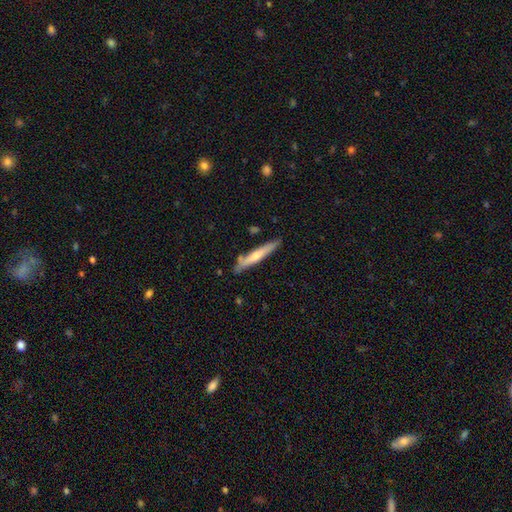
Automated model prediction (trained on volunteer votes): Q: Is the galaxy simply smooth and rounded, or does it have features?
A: featured or disk — 50%.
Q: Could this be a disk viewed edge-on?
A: yes — 93%.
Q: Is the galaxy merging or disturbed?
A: none — 85%.